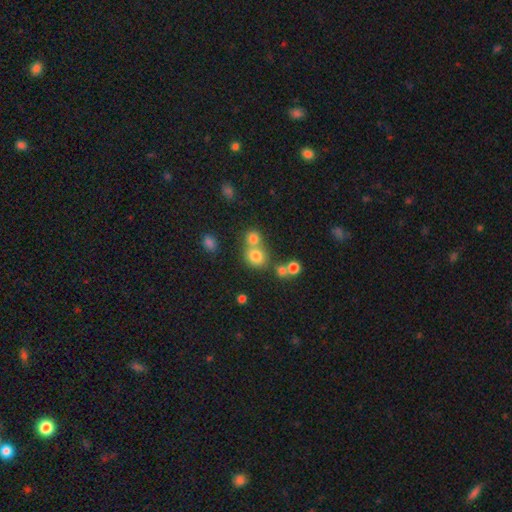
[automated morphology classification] Q: Smooth or featured?
A: smooth (76%); runner-up: star or artifact (15%)
Q: How rounded?
A: round (80%); runner-up: in between (19%)
Q: Merging?
A: none (49%); runner-up: merger (40%)